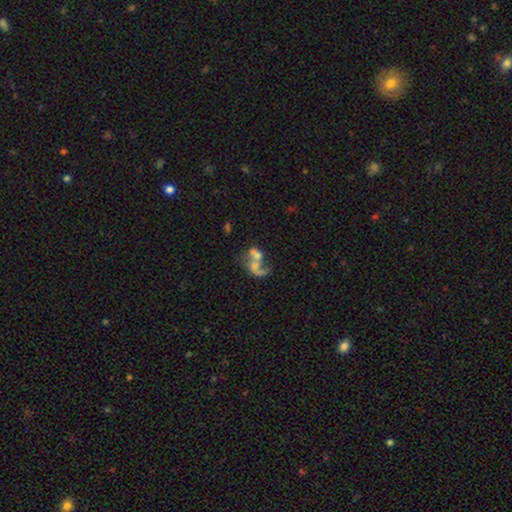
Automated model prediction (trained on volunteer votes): Q: Smooth or featured?
A: featured or disk (53%); runner-up: smooth (32%)
Q: Edge-on disk?
A: no (97%); runner-up: yes (3%)
Q: Bar?
A: no (77%); runner-up: weak (17%)
Q: Spiral arms?
A: no (58%); runner-up: yes (42%)
Q: Bulge size?
A: none (46%); runner-up: small (25%)
Q: Merging?
A: merger (51%); runner-up: major disturbance (21%)